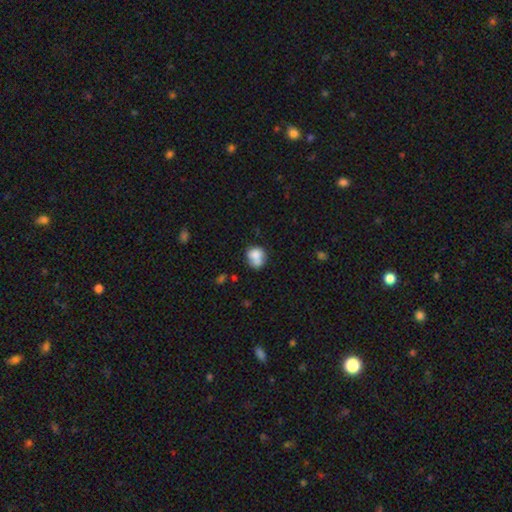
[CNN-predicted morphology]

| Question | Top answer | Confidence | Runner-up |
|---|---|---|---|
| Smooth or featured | smooth | 75% | featured or disk (16%) |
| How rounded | round | 65% | in between (35%) |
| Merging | none | 38% | merger (37%) |